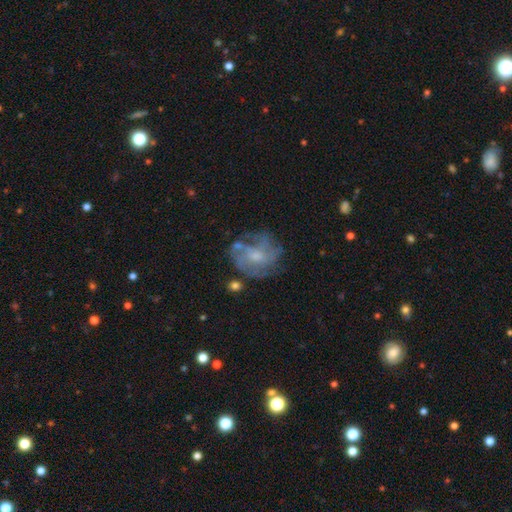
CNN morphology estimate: Smooth or featured? Predicted: featured or disk (p=0.69). Edge-on disk? Predicted: no (p=0.98). Bar? Predicted: no (p=0.66). Spiral arms? Predicted: yes (p=0.70). Bulge size? Predicted: small (p=0.45). Merging? Predicted: none (p=0.60).